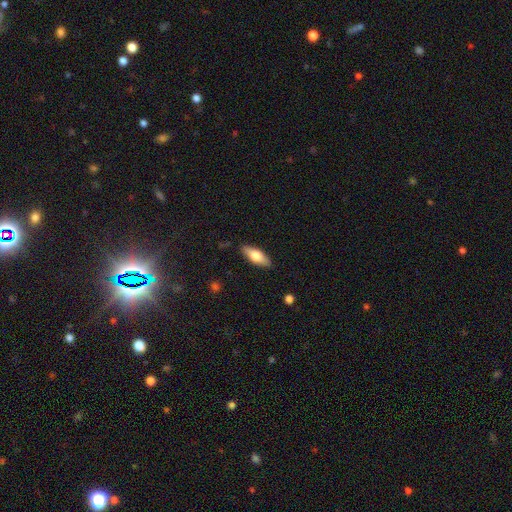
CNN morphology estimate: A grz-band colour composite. It shows a smooth galaxy with no disk features (66%) that is in between round and cigar-shaped (70%). Merging: none (87%).